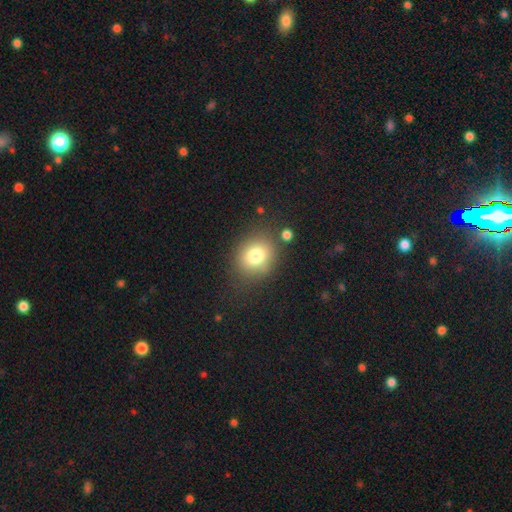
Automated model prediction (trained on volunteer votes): Smooth or featured? smooth (77%)
How rounded? round (64%)
Merging? none (76%)